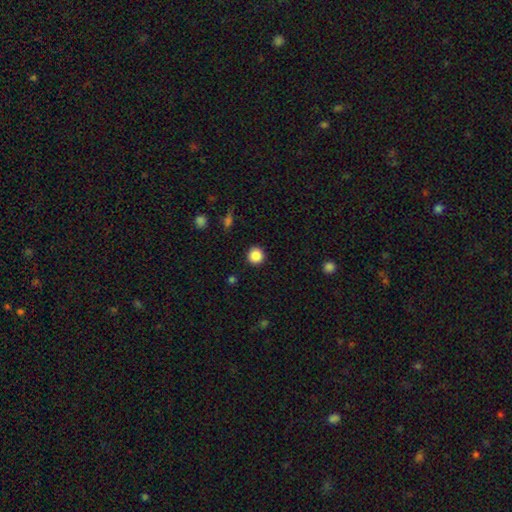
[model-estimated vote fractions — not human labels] smooth_or_featured: smooth (p=0.87) [alt: star or artifact p=0.10]
how_rounded: round (p=0.94) [alt: in between p=0.05]
merging: none (p=0.92) [alt: minor disturbance p=0.05]